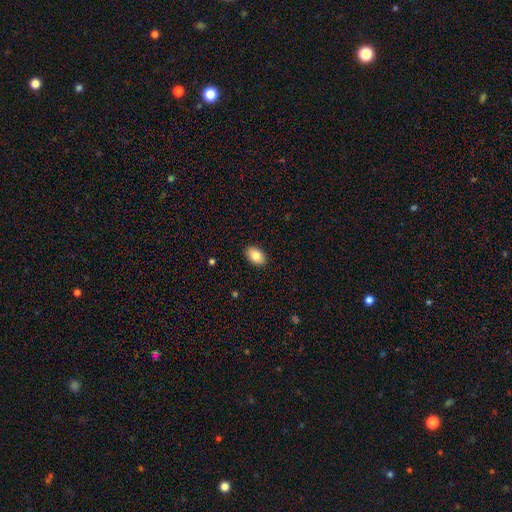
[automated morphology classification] This is clearly a smooth galaxy (84%). How rounded: clearly in between (88%). Merging: clearly none (90%).